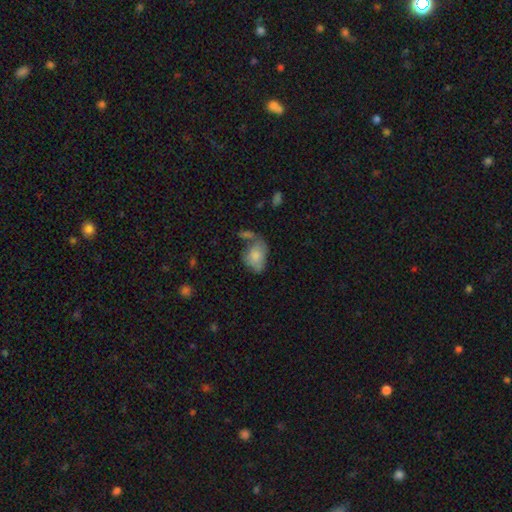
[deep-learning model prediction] The model was most divided on "merging": none: 38%, minor disturbance: 27%, merger: 21%, major disturbance: 14%. More confident: how rounded — in between (82%); smooth or featured — smooth (77%).